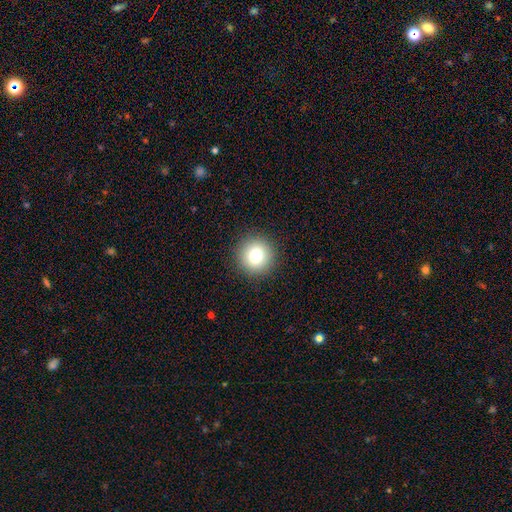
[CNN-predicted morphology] The model was most divided on "smooth or featured": smooth: 80%, star or artifact: 11%, featured or disk: 9%. More confident: how rounded — round (95%); merging — none (92%).